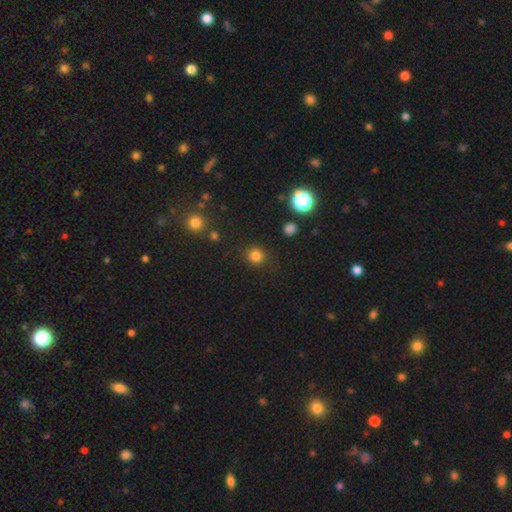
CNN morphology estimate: Smooth or featured? Predicted: smooth (p=0.80). How rounded? Predicted: round (p=0.90). Merging? Predicted: none (p=0.87).